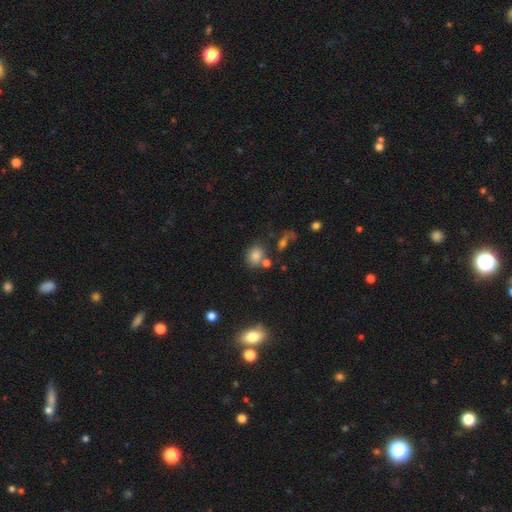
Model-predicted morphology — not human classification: This is likely a smooth galaxy (79%). How rounded: possibly round (54%). Merging: likely none (61%).